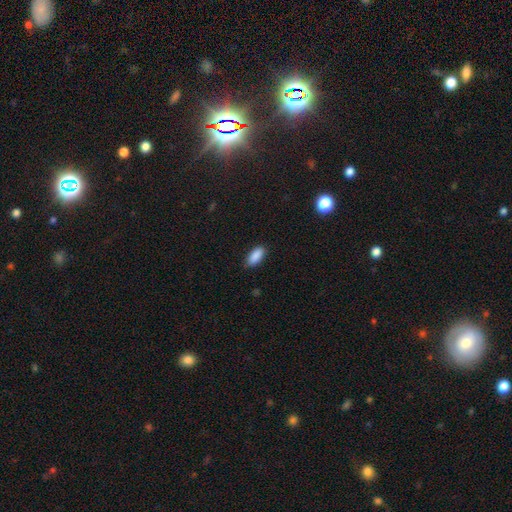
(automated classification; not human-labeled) Overall: smooth (90%). How rounded: in between (88%). Merging: none (85%).